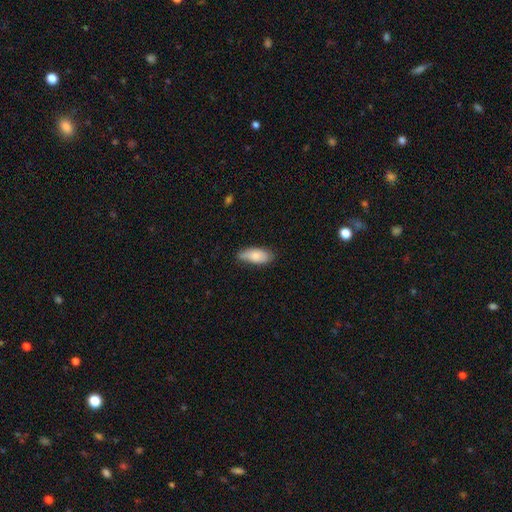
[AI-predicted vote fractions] Smooth or featured: smooth — 80% (featured or disk — 14%)
How rounded: in between — 83% (cigar-shaped — 15%)
Merging: none — 68% (minor disturbance — 27%)